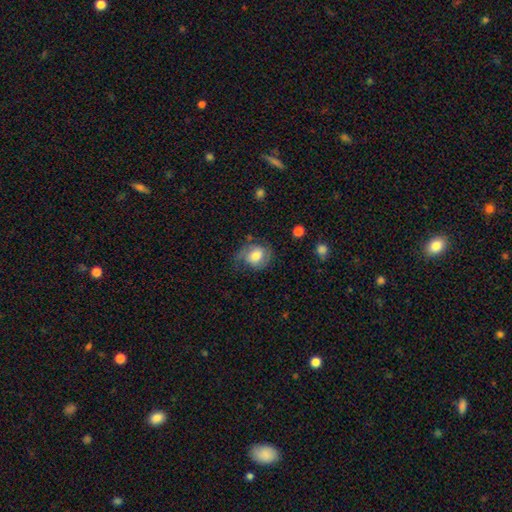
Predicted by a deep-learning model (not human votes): Smooth or featured: smooth — 51% (featured or disk — 41%)
How rounded: round — 58% (in between — 41%)
Merging: none — 56% (minor disturbance — 27%)